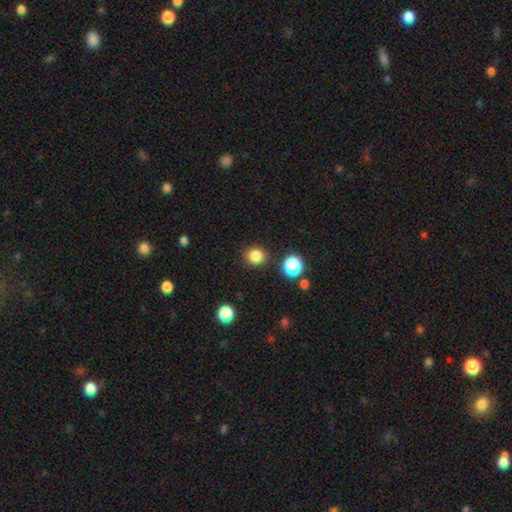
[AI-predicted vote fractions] Overall: smooth (83%). How rounded: round (88%). Merging: none (88%).